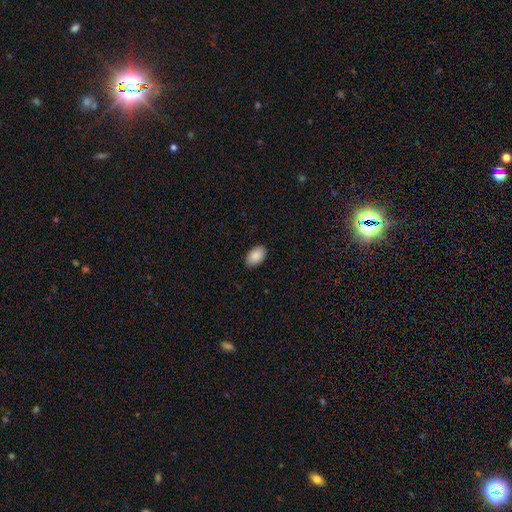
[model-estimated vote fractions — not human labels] A smooth galaxy with no disk features (89%) that is in between round and cigar-shaped (92%).

Vote fractions:
- Smooth or featured? smooth: 89% / star or artifact: 6% / featured or disk: 5%
- How rounded? in between: 92% / round: 7% / cigar-shaped: 1%
- Merging? none: 89% / minor disturbance: 9% / major disturbance: 2% / merger: 1%